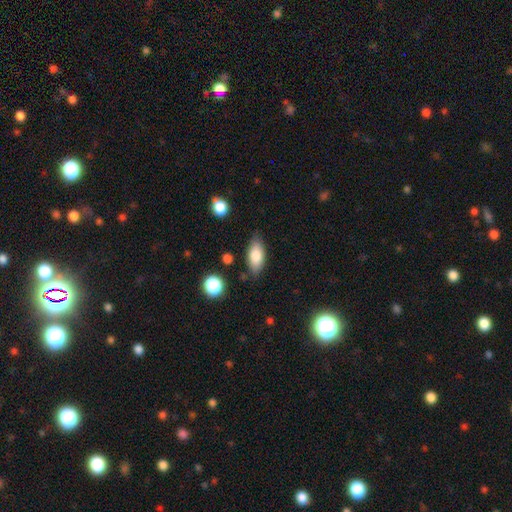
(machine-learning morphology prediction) smooth_or_featured: smooth (p=0.80) [alt: featured or disk p=0.13]
how_rounded: in between (p=0.86) [alt: cigar-shaped p=0.11]
merging: none (p=0.80) [alt: minor disturbance p=0.14]